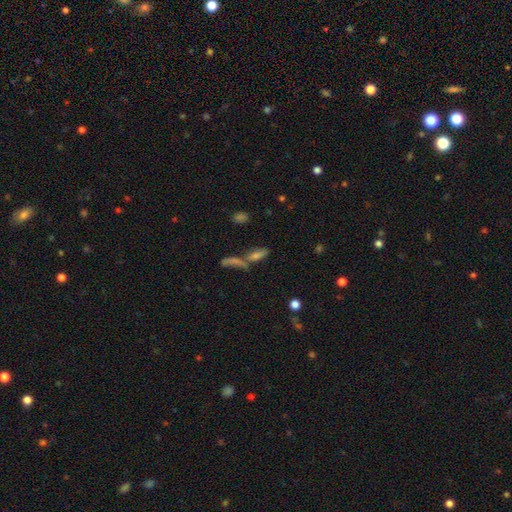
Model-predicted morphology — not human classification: This is possibly a smooth galaxy (47%). Merging: marginally merger (44%).